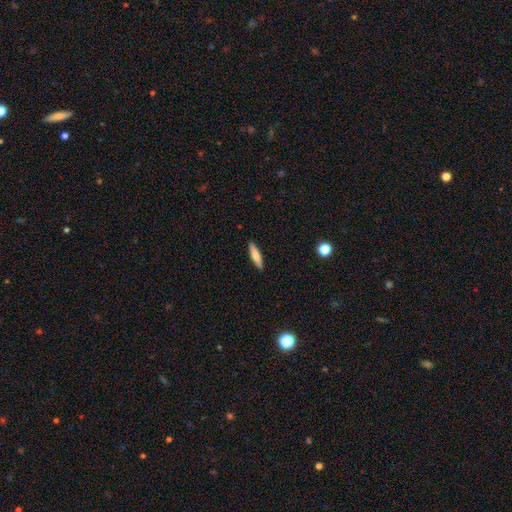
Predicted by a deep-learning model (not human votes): This appears to be a smooth galaxy with no disk features (64%) that is cigar-shaped (84%). Merging: none (91%).